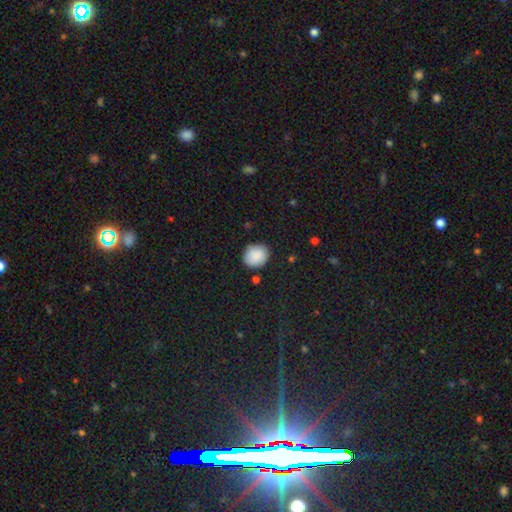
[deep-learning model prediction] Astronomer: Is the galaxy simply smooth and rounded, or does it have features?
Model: smooth — 88%.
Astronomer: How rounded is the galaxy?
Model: round — 78%.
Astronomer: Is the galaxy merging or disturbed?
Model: none — 83%.